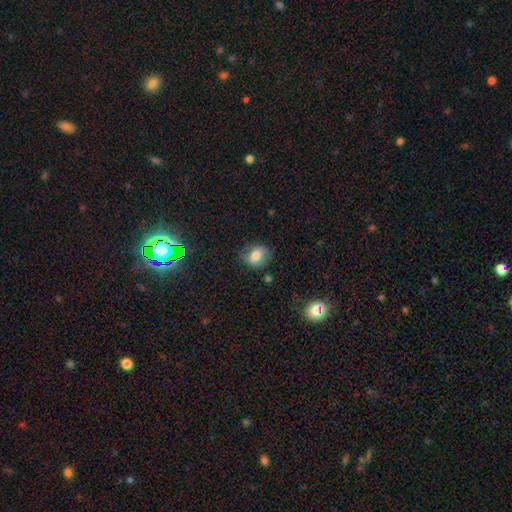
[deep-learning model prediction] smooth_or_featured: smooth (p=0.63) [alt: featured or disk p=0.27]
how_rounded: in between (p=0.56) [alt: round p=0.43]
merging: none (p=0.66) [alt: minor disturbance p=0.23]